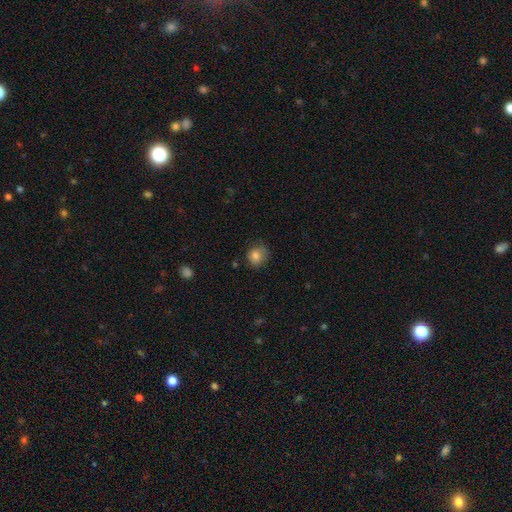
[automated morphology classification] A smooth galaxy with no disk features (81%) that is round (79%). Merging: none (72%).